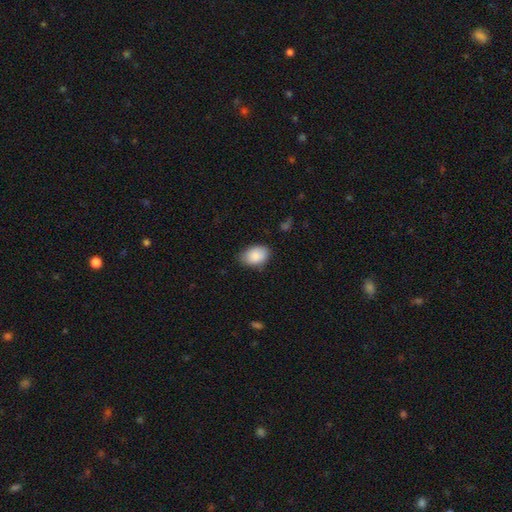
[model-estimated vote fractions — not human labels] This is clearly a smooth galaxy (88%). How rounded: clearly in between (87%). Merging: likely none (76%).